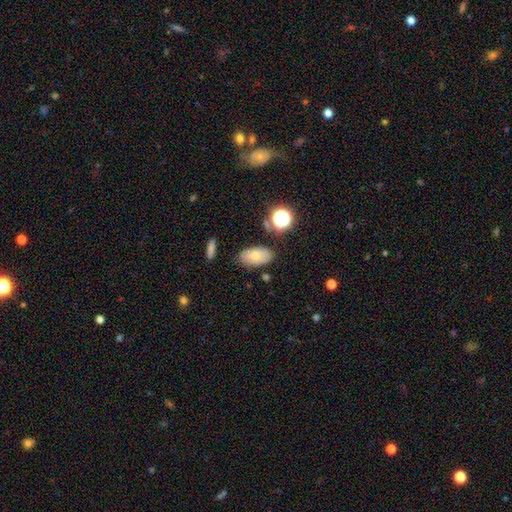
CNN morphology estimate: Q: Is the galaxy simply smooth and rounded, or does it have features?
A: smooth — 60%.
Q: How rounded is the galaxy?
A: in between — 89%.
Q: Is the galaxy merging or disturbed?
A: none — 81%.